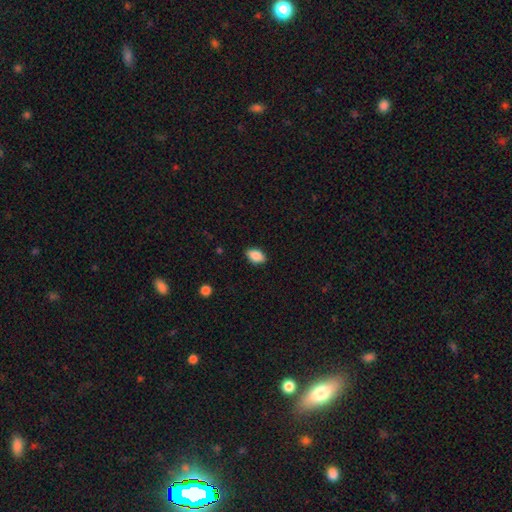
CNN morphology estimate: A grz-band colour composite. It shows a smooth galaxy with no disk features (88%) that is in between round and cigar-shaped (89%). Merging: none (86%).